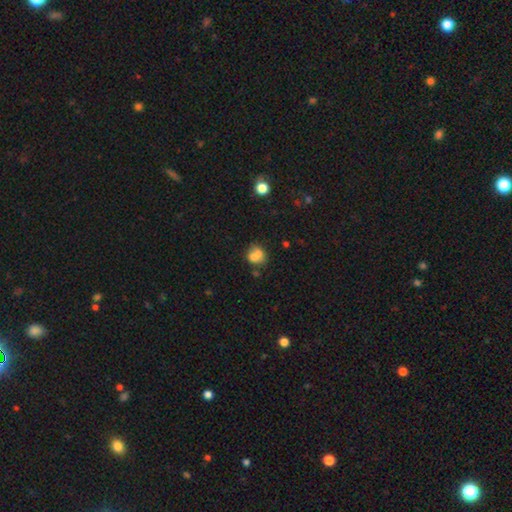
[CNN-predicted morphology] A smooth galaxy with no disk features (69%) that is round (65%). Merging: merger (53%).